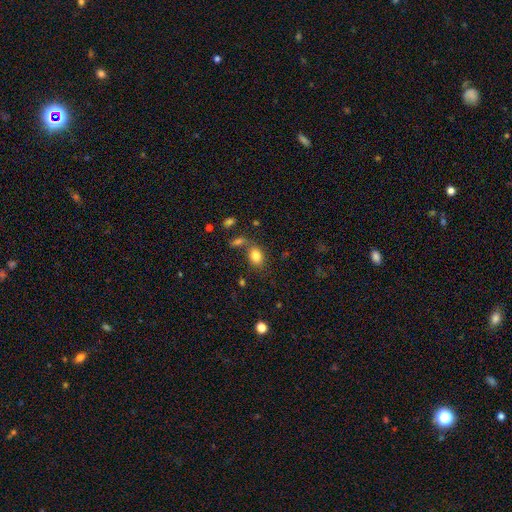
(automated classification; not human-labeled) Smooth or featured?
  - smooth: 82% *
  - star or artifact: 10%
  - featured or disk: 8%
How rounded?
  - in between: 78% *
  - round: 21%
  - cigar-shaped: 1%
Merging?
  - none: 64% *
  - merger: 16%
  - minor disturbance: 14%
  - major disturbance: 5%